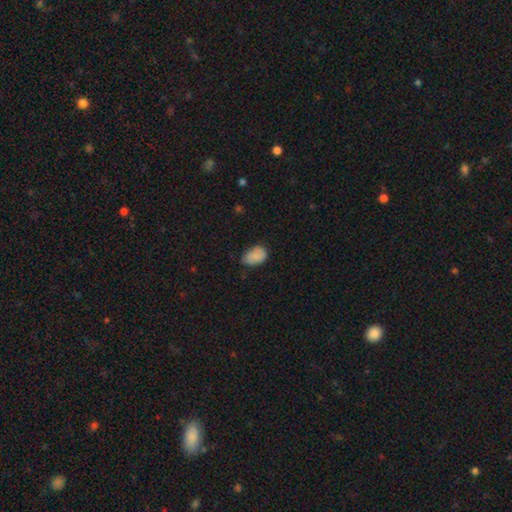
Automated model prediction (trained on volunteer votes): Overall: smooth (84%). How rounded: in between (87%). Merging: none (57%; minor disturbance 35%).